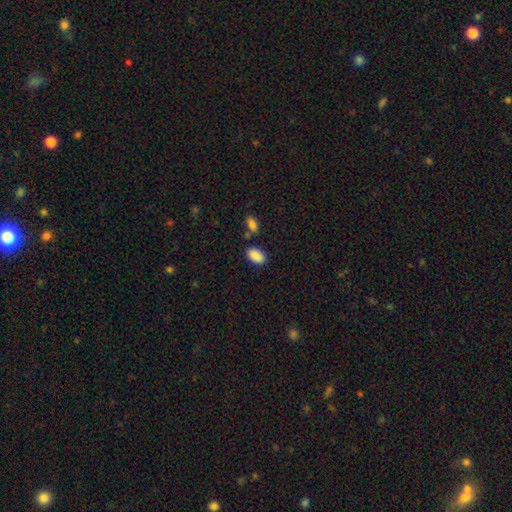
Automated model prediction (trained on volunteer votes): Smooth or featured?
  - smooth: 90% *
  - star or artifact: 7%
  - featured or disk: 3%
How rounded?
  - in between: 93% *
  - round: 5%
  - cigar-shaped: 2%
Merging?
  - none: 81% *
  - minor disturbance: 10%
  - merger: 6%
  - major disturbance: 3%